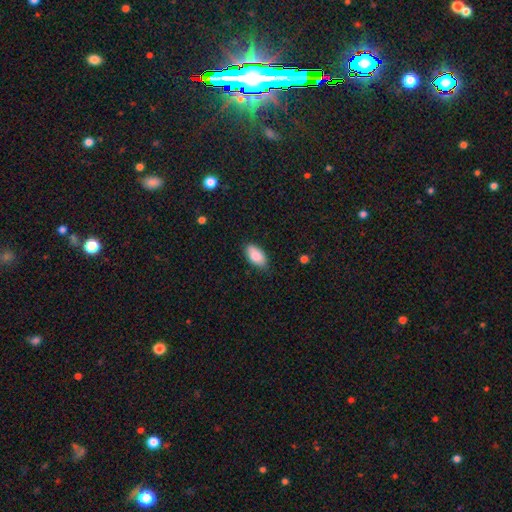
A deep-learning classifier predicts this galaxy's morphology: A smooth galaxy with no disk features (86%) that is in between round and cigar-shaped (93%). Merging: none (80%).